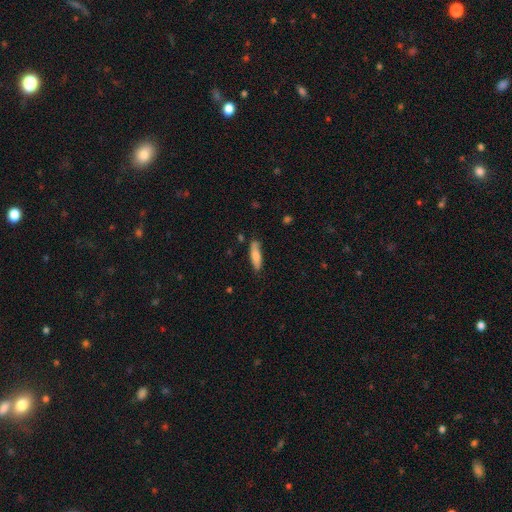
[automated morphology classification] Smooth or featured?
  - smooth: 77% *
  - featured or disk: 17%
  - star or artifact: 6%
How rounded?
  - cigar-shaped: 62% *
  - in between: 36%
  - round: 2%
Merging?
  - none: 75% *
  - minor disturbance: 19%
  - major disturbance: 3%
  - merger: 3%